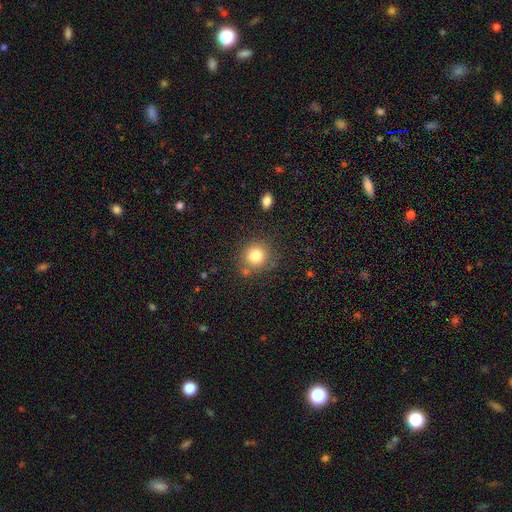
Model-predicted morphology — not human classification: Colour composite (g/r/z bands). It shows a smooth galaxy with no disk features (80%) that is round (88%). Merging: none (76%).